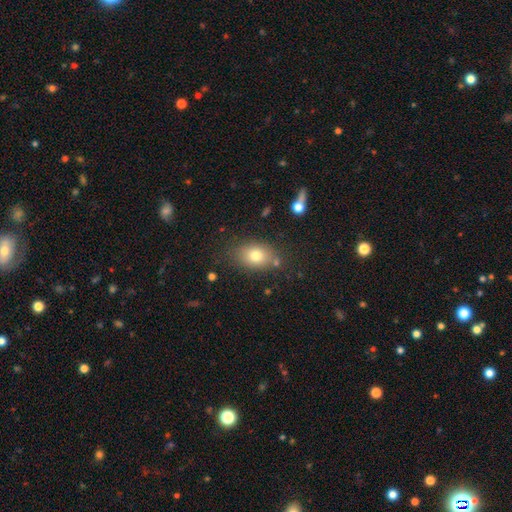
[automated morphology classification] This appears to be a smooth galaxy with no disk features (77%) that is in between round and cigar-shaped (73%). Merging: none (75%).